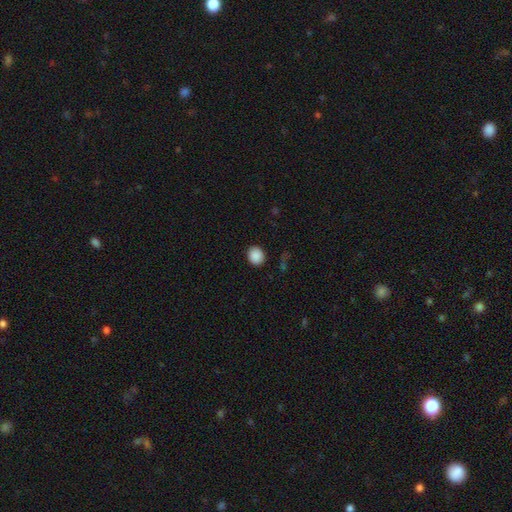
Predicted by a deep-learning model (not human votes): smooth 89%, star or artifact 8%, featured or disk 3%. Down the decision tree: how rounded — round (74%); merging — none (88%).